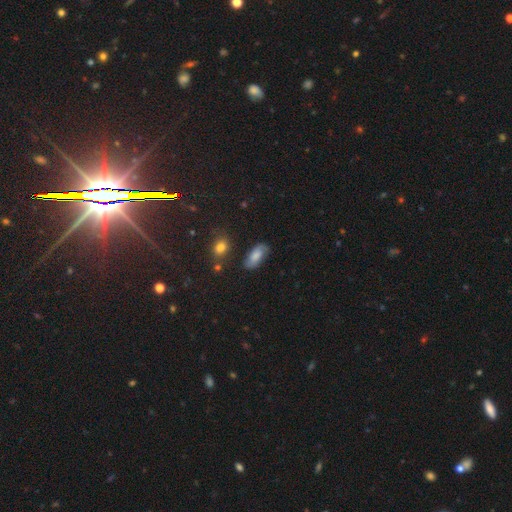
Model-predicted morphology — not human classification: smooth_or_featured: smooth (p=0.63) [alt: featured or disk p=0.28]
how_rounded: in between (p=0.88) [alt: cigar-shaped p=0.08]
merging: none (p=0.73) [alt: minor disturbance p=0.19]